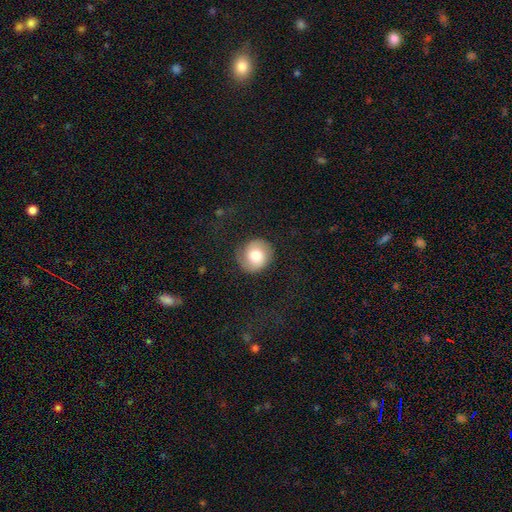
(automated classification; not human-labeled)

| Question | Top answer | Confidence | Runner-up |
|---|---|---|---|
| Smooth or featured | smooth | 57% | featured or disk (36%) |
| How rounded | round | 83% | in between (16%) |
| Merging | none | 78% | minor disturbance (14%) |